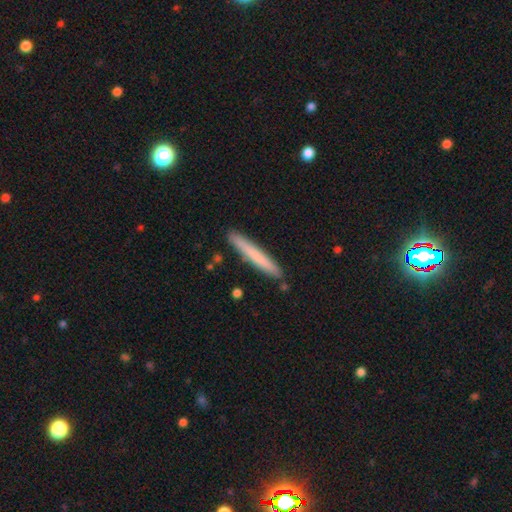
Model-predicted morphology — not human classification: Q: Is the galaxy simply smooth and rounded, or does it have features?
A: smooth — 72%.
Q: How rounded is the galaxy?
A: cigar-shaped — 96%.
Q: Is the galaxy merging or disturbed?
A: none — 89%.